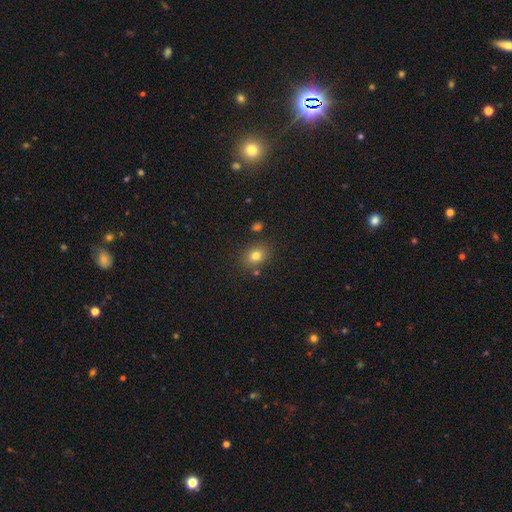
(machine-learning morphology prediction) Smooth or featured? smooth (78%)
How rounded? in between (50%)
Merging? none (80%)